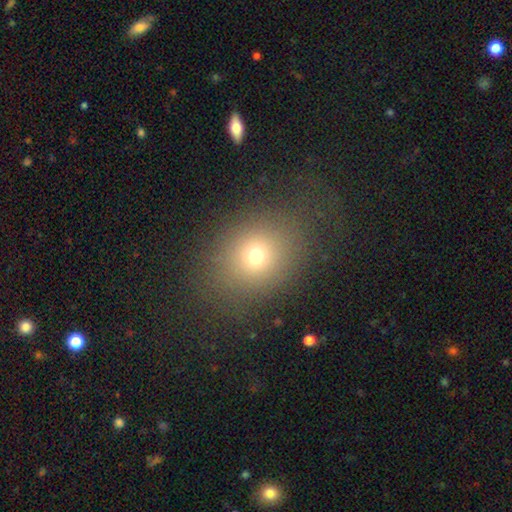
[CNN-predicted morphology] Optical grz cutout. It shows a smooth galaxy with no disk features (70%) that is round (61%). Merging: none (80%).